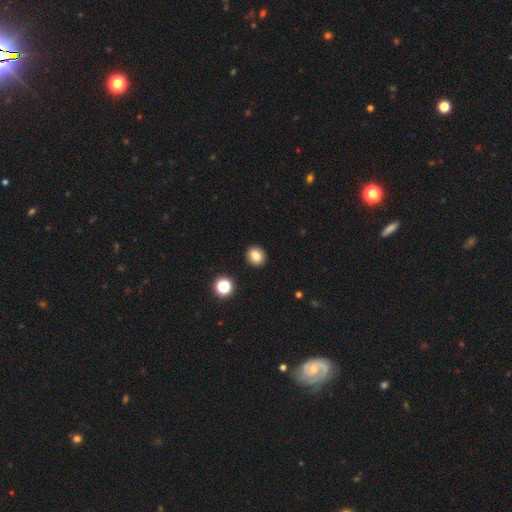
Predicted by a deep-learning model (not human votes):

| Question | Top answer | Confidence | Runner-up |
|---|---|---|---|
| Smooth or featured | smooth | 82% | star or artifact (11%) |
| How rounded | round | 71% | in between (28%) |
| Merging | none | 91% | minor disturbance (6%) |